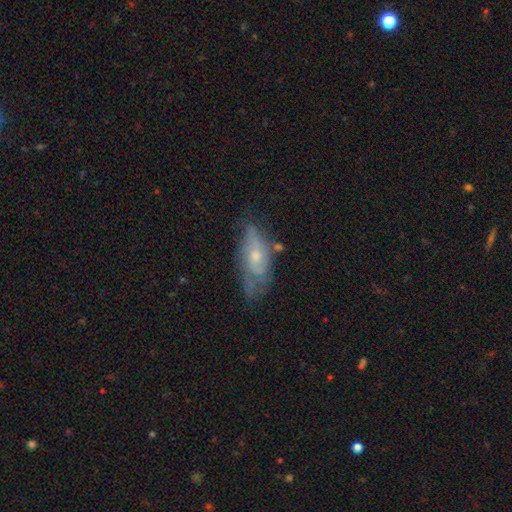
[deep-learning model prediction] Smooth or featured?
  - featured or disk: 59% *
  - smooth: 34%
  - star or artifact: 7%
Edge-on disk?
  - no: 82% *
  - yes: 18%
Merging?
  - none: 52% *
  - minor disturbance: 30%
  - major disturbance: 14%
  - merger: 4%